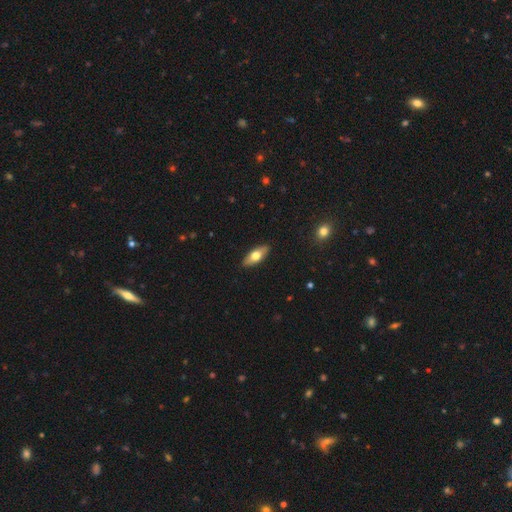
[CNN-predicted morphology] Q: Smooth or featured?
A: smooth (61%); runner-up: featured or disk (33%)
Q: How rounded?
A: in between (71%); runner-up: cigar-shaped (26%)
Q: Merging?
A: none (89%); runner-up: minor disturbance (8%)